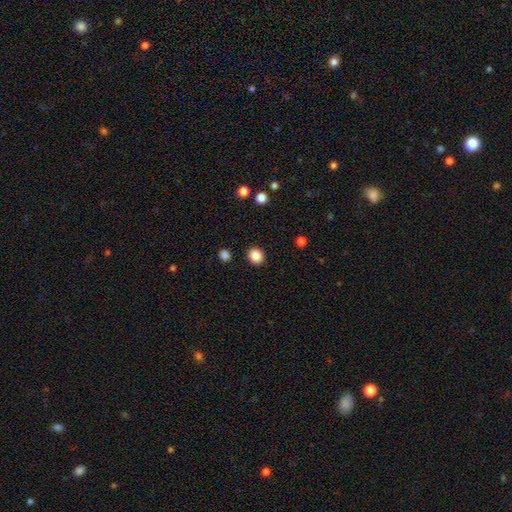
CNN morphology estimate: This appears to be a smooth galaxy with no disk features (87%) that is round (84%). Merging: none (91%).